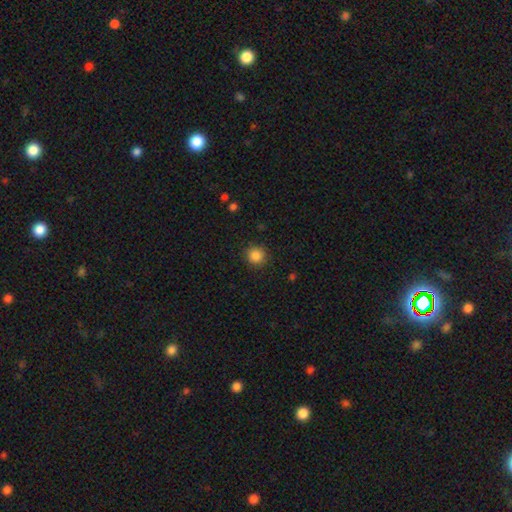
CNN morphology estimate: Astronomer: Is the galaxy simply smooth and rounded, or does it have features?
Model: smooth — 86%.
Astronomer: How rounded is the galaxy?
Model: round — 93%.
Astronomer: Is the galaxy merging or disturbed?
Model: none — 89%.